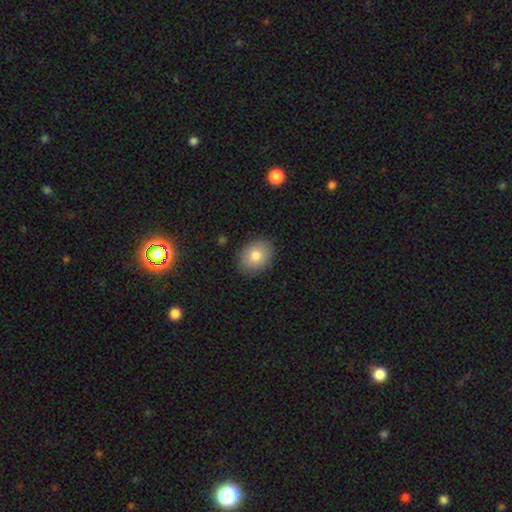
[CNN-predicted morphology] Smooth or featured? smooth (80%)
How rounded? in between (62%)
Merging? none (87%)